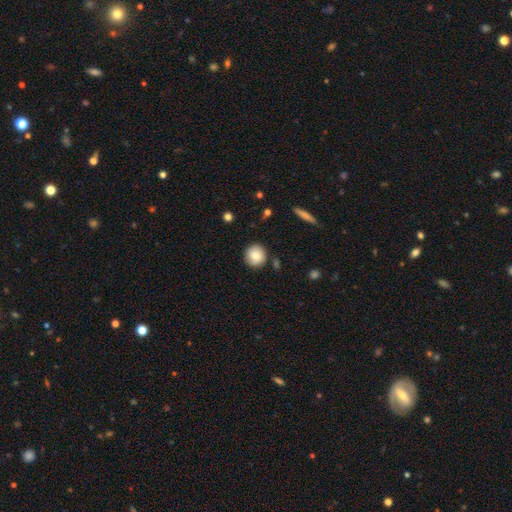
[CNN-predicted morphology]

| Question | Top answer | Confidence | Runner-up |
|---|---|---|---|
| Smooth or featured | smooth | 84% | featured or disk (9%) |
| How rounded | round | 90% | in between (9%) |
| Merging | none | 87% | minor disturbance (9%) |